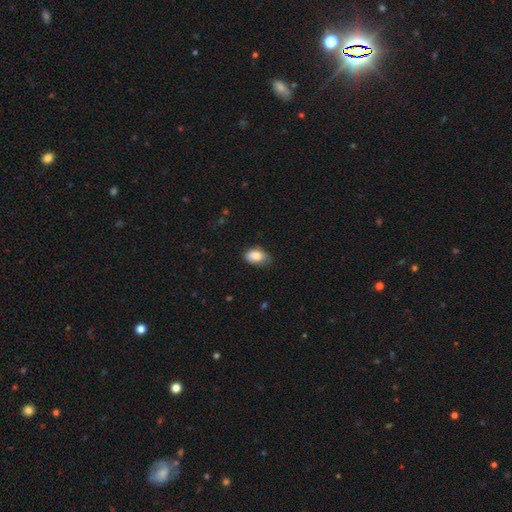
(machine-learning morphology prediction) type=smooth (82%); roundness=in between (89%); merging=none (66%).